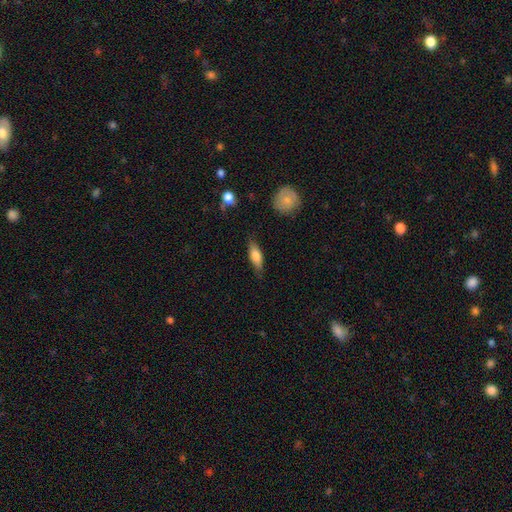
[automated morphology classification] smooth-or-featured: smooth: 71% | featured or disk: 23% | star or artifact: 6%
  how-rounded: in between: 60% | cigar-shaped: 37% | round: 3%
  merging: none: 78% | minor disturbance: 17% | major disturbance: 4% | merger: 1%